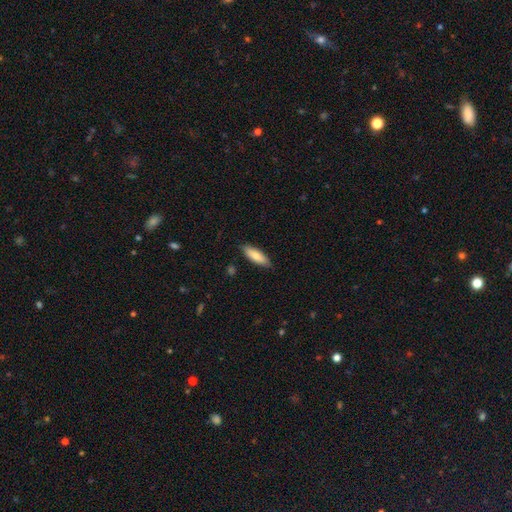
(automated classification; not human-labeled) smooth_or_featured: smooth (p=0.80) [alt: featured or disk p=0.14]
how_rounded: in between (p=0.56) [alt: cigar-shaped p=0.42]
merging: none (p=0.86) [alt: minor disturbance p=0.11]